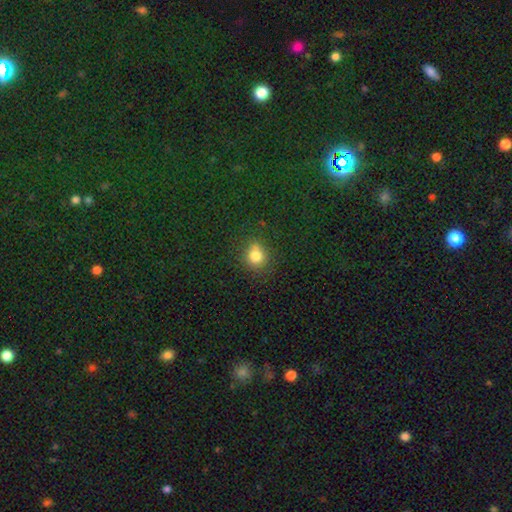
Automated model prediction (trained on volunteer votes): A smooth galaxy with no disk features (79%) that is round (80%).

Vote fractions:
- Smooth or featured? smooth: 79% / star or artifact: 14% / featured or disk: 7%
- How rounded? round: 80% / in between: 19% / cigar-shaped: 1%
- Merging? none: 70% / minor disturbance: 16% / merger: 9% / major disturbance: 5%